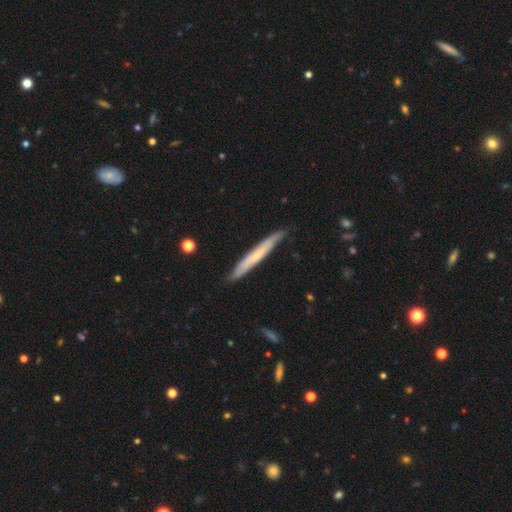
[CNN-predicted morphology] Q: Smooth or featured?
A: smooth (51%); runner-up: featured or disk (44%)
Q: How rounded?
A: cigar-shaped (96%); runner-up: in between (3%)
Q: Merging?
A: none (85%); runner-up: minor disturbance (12%)